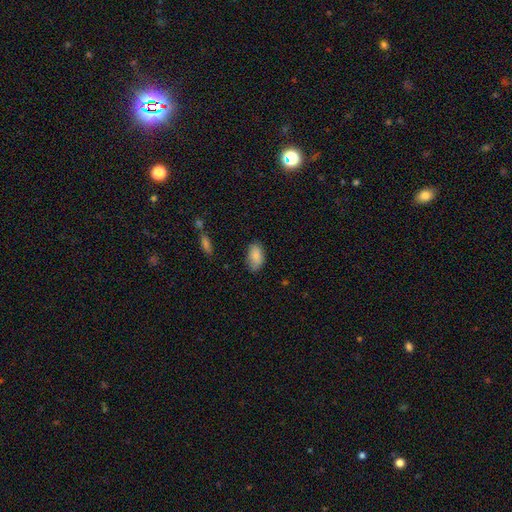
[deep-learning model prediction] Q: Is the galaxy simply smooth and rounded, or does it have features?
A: smooth — 86%.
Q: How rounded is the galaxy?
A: in between — 92%.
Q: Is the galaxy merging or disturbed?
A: none — 73%.